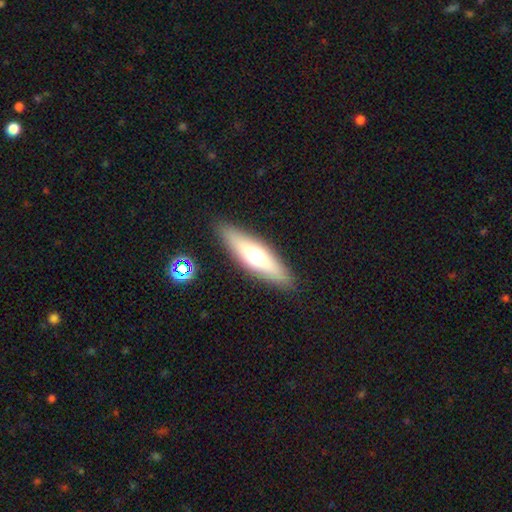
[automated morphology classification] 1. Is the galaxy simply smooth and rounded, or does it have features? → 54% smooth, 39% featured or disk, 7% star or artifact.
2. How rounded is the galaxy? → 60% cigar-shaped, 37% in between, 2% round.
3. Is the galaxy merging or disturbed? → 88% none, 8% minor disturbance, 2% major disturbance, 1% merger.